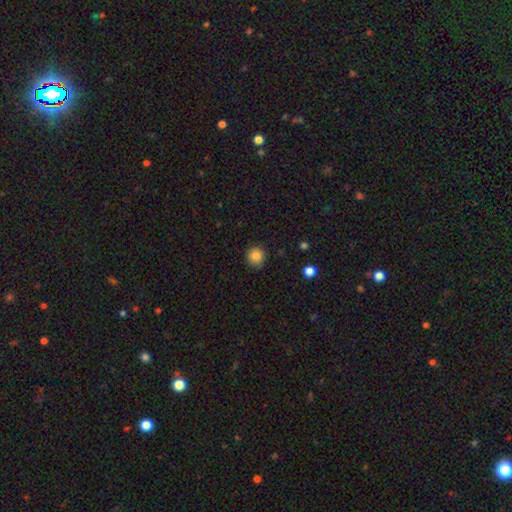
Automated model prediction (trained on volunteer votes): Smooth or featured: smooth — 84% (star or artifact — 11%)
How rounded: round — 91% (in between — 8%)
Merging: none — 87% (minor disturbance — 10%)